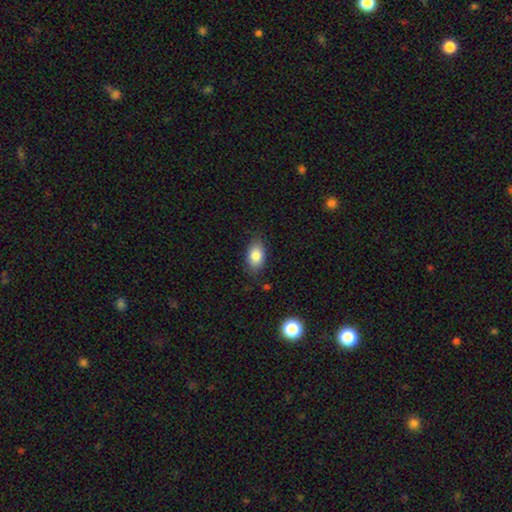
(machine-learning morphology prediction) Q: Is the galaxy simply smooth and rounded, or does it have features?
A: smooth — 84%.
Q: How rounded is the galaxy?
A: in between — 90%.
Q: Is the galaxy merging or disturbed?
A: none — 82%.